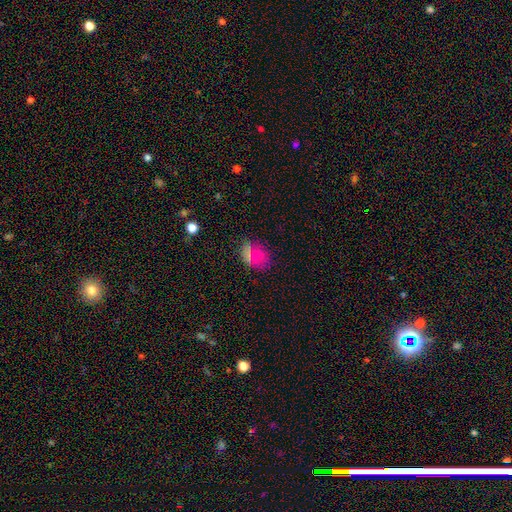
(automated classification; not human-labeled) This is likely a smooth galaxy (68%). How rounded: possibly in between (54%). Merging: likely none (78%).